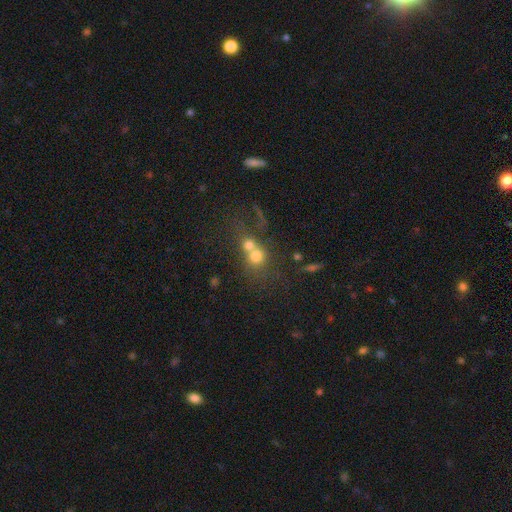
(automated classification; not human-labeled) A smooth galaxy with no disk features (67%) that is round (81%).

Vote fractions:
- Smooth or featured? smooth: 67% / featured or disk: 18% / star or artifact: 15%
- How rounded? round: 81% / in between: 18% / cigar-shaped: 2%
- Merging? merger: 64% / none: 25% / major disturbance: 5% / minor disturbance: 5%